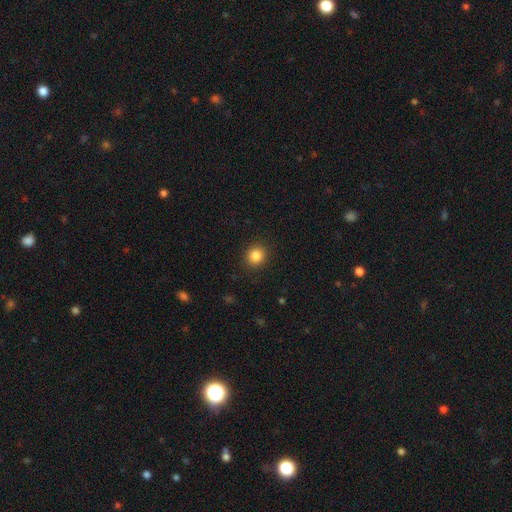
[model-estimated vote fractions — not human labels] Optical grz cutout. It shows a smooth galaxy with no disk features (85%) that is round (86%). Merging: none (90%).